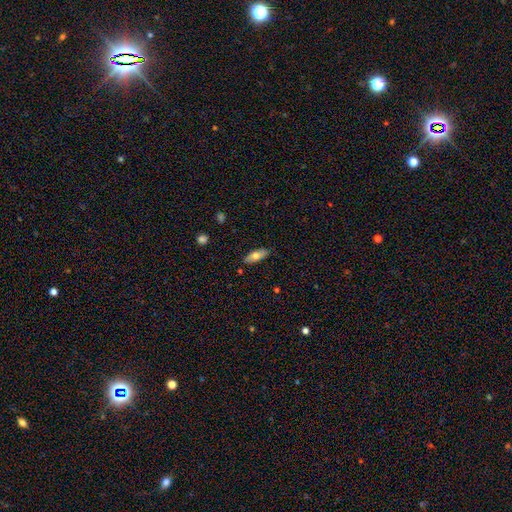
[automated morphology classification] Smooth or featured? smooth (69%)
How rounded? in between (71%)
Merging? none (86%)